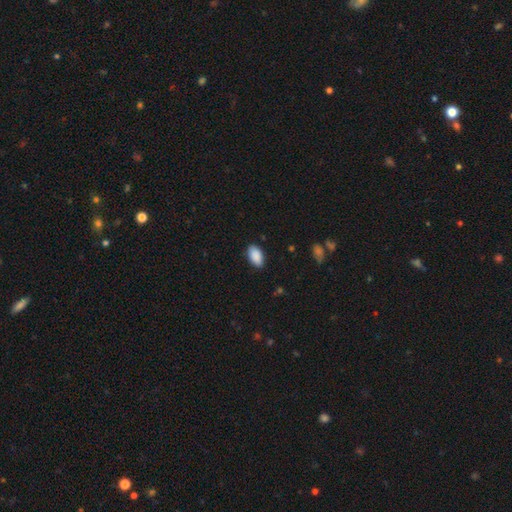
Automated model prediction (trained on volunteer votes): smooth 91%, star or artifact 6%, featured or disk 3%. Down the decision tree: how rounded — in between (95%); merging — none (86%).